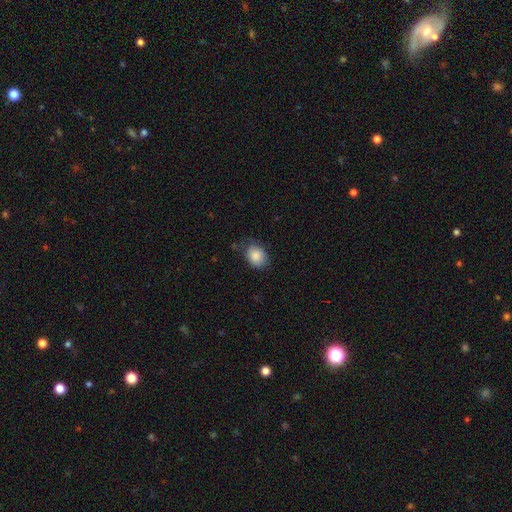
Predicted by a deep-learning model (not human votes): Smooth or featured? Predicted: smooth (p=0.86). How rounded? Predicted: in between (p=0.63). Merging? Predicted: none (p=0.65).